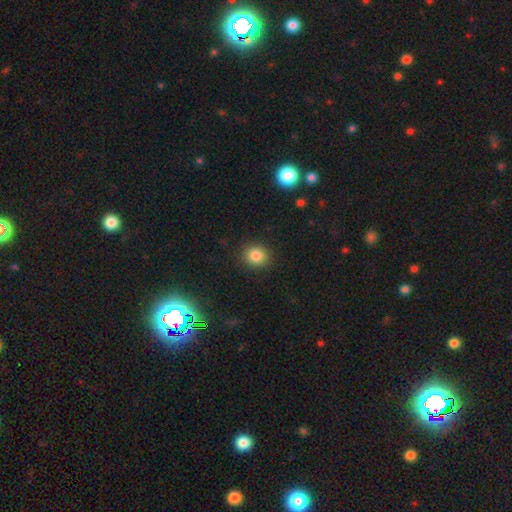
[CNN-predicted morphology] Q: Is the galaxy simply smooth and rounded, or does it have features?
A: smooth — 83%.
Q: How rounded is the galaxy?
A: round — 83%.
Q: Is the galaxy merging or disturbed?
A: none — 90%.